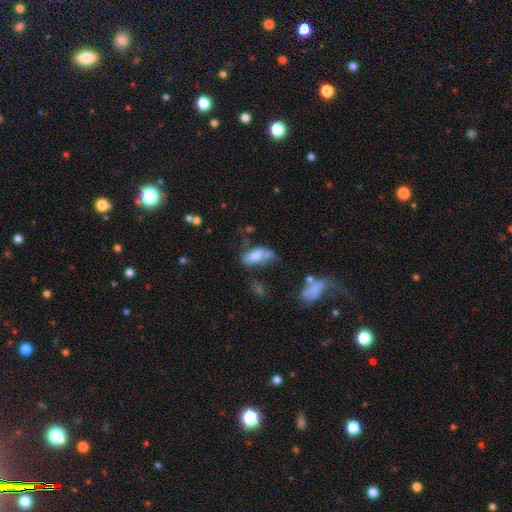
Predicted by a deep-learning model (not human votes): smooth 64%, featured or disk 26%, star or artifact 9%. Down the decision tree: how rounded — in between (87%); merging — none (32%).